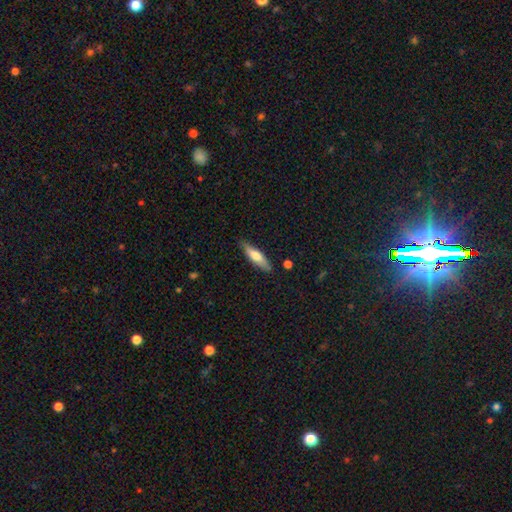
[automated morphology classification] Smooth or featured? smooth (67%)
How rounded? cigar-shaped (63%)
Merging? none (81%)